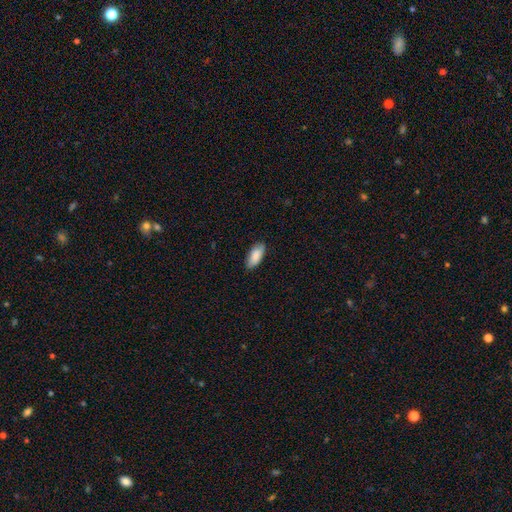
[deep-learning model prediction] A smooth galaxy with no disk features (86%) that is in between round and cigar-shaped (87%). Merging: none (82%).